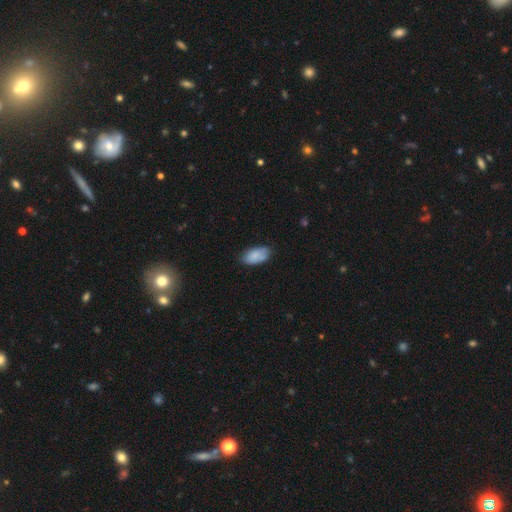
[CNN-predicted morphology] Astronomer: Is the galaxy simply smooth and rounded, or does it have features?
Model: smooth — 84%.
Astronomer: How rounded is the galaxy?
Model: in between — 94%.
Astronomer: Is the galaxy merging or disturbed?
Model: none — 71%.